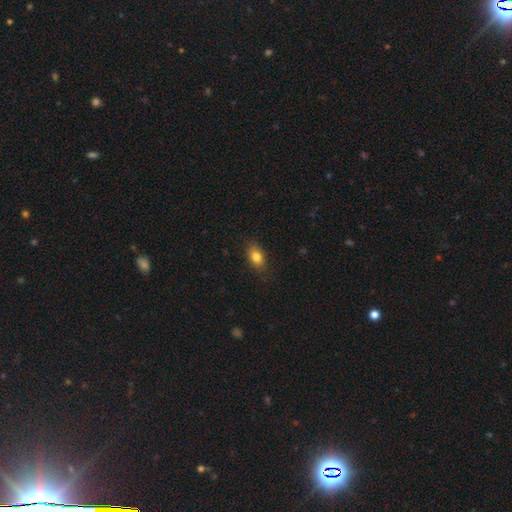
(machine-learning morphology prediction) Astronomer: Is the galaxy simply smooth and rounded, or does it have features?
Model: smooth — 83%.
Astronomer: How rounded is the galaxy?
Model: in between — 85%.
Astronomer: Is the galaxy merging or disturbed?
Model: none — 86%.